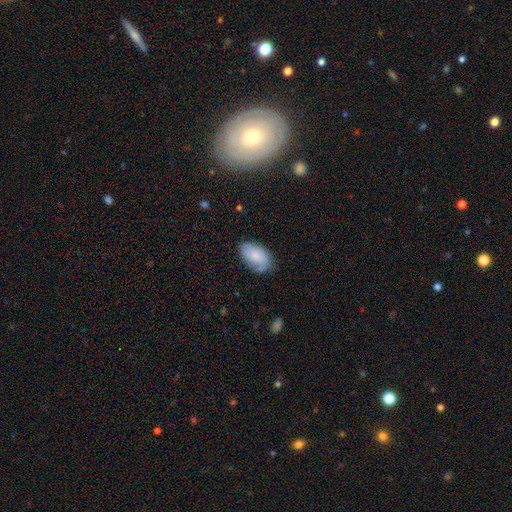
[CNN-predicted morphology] Q: Smooth or featured?
A: smooth (79%); runner-up: featured or disk (14%)
Q: How rounded?
A: in between (94%); runner-up: round (4%)
Q: Merging?
A: none (71%); runner-up: minor disturbance (23%)